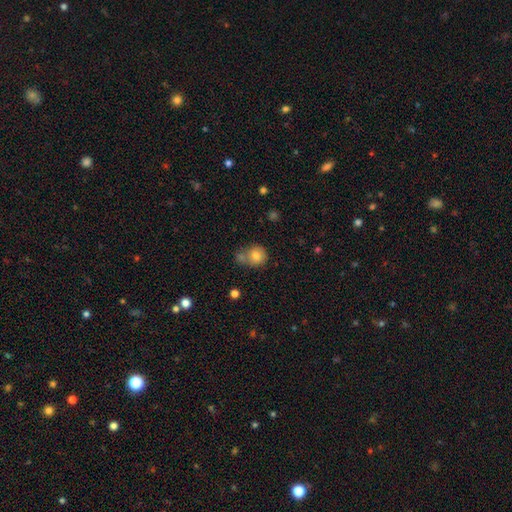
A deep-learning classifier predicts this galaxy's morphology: Q: Smooth or featured?
A: smooth (79%); runner-up: featured or disk (11%)
Q: How rounded?
A: round (81%); runner-up: in between (18%)
Q: Merging?
A: none (46%); runner-up: merger (35%)